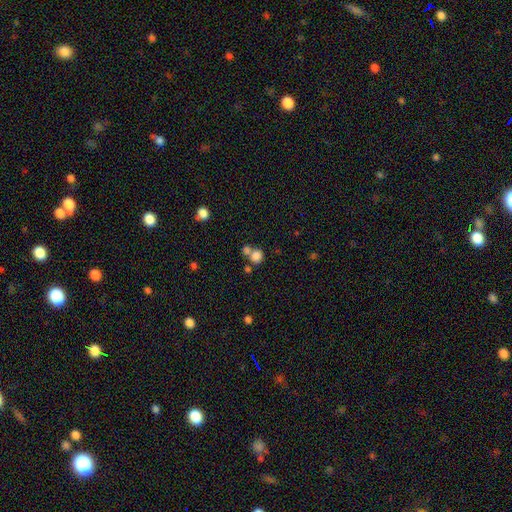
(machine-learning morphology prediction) Smooth or featured? Predicted: smooth (p=0.81). How rounded? Predicted: round (p=0.83). Merging? Predicted: none (p=0.47).